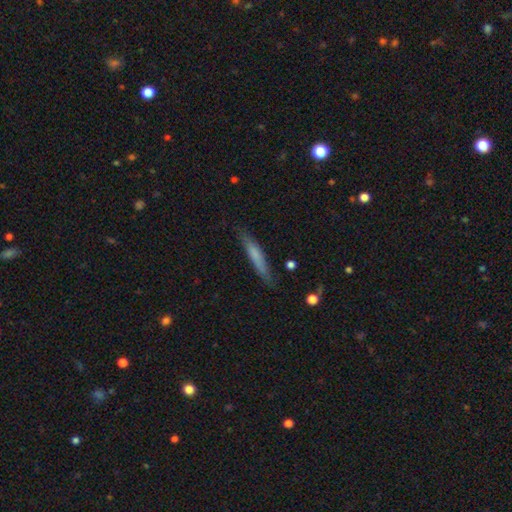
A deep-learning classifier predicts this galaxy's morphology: Overall: smooth (66%; featured or disk 28%). How rounded: cigar-shaped (93%). Merging: none (82%).